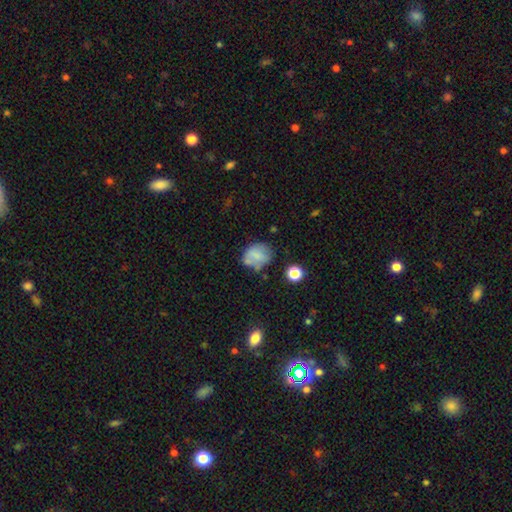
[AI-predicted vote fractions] A smooth galaxy with no disk features (70%) that is round (59%). Merging: none (52%).